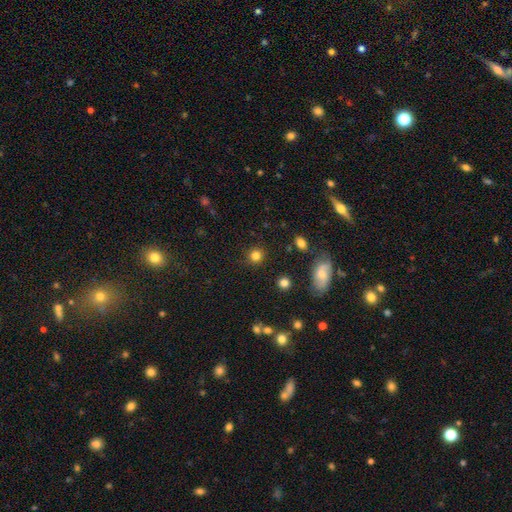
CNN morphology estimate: This is clearly a smooth galaxy (82%). How rounded: clearly round (90%). Merging: clearly none (88%).